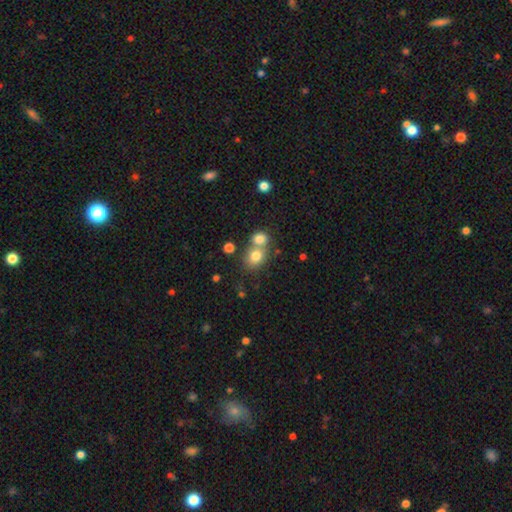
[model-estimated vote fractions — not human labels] Smooth or featured? Predicted: smooth (p=0.77). How rounded? Predicted: round (p=0.63). Merging? Predicted: merger (p=0.49).